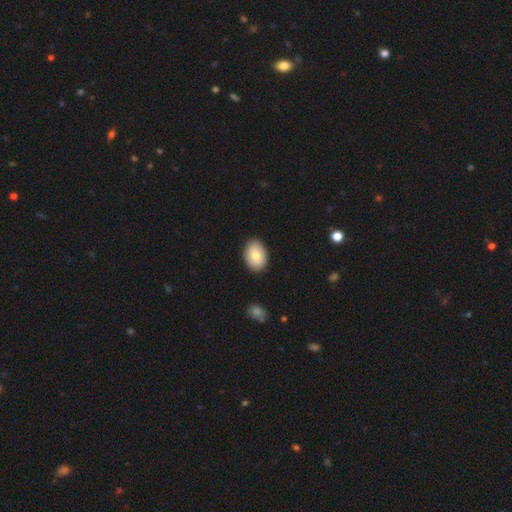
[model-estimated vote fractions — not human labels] smooth_or_featured: smooth (p=0.79) [alt: featured or disk p=0.14]
how_rounded: in between (p=0.82) [alt: round p=0.17]
merging: none (p=0.88) [alt: minor disturbance p=0.09]